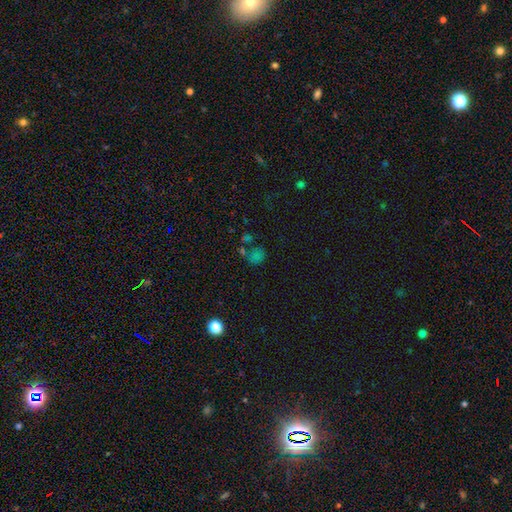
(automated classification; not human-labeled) Overall: smooth (48%; star or artifact 41%). Merging: none (60%).